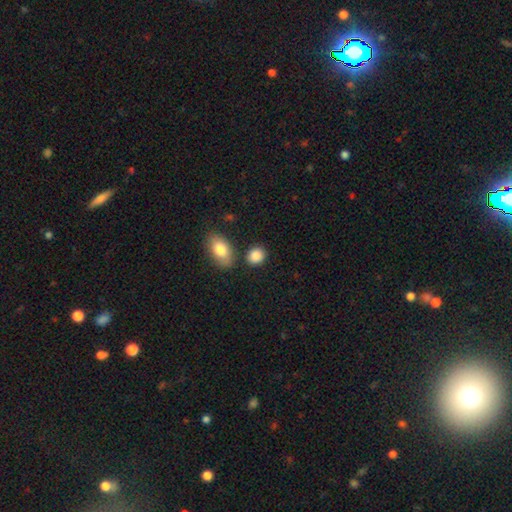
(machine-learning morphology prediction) A smooth galaxy with no disk features (87%) that is round (53%). Merging: none (78%).